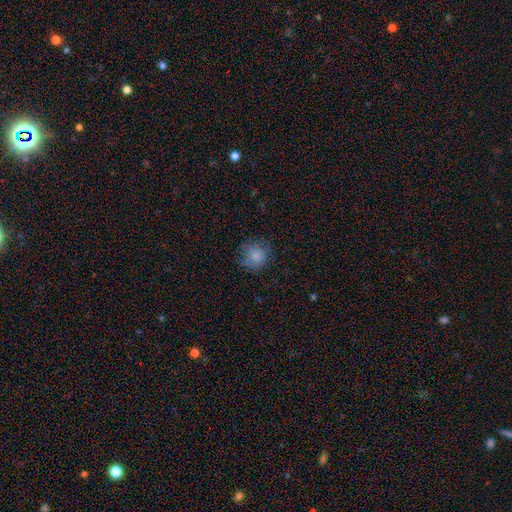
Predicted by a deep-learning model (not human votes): This is clearly a smooth galaxy (80%). How rounded: clearly round (87%). Merging: likely none (72%).